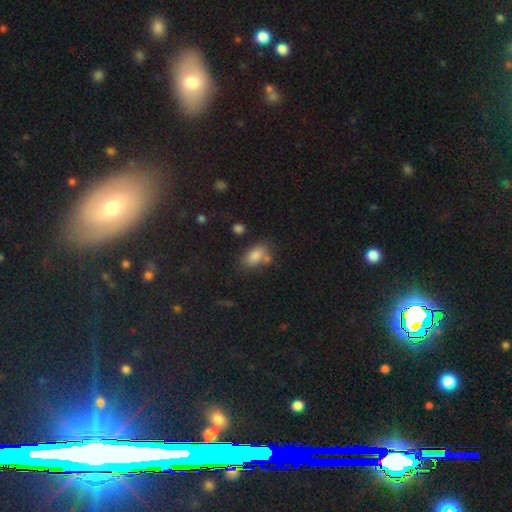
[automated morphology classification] Smooth or featured? smooth (82%)
How rounded? in between (88%)
Merging? none (60%)